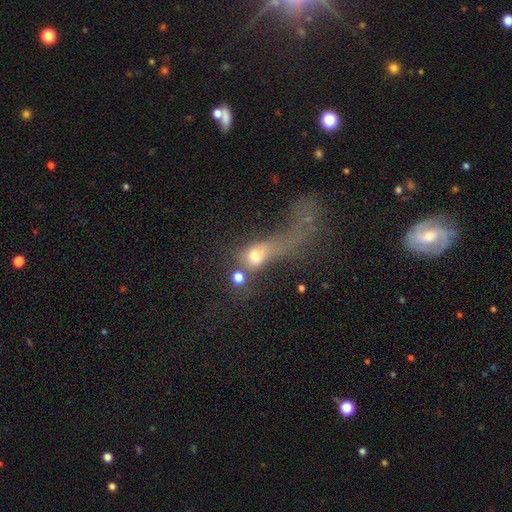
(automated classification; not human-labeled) smooth 57%, featured or disk 25%, star or artifact 18%. Down the decision tree: how rounded — round (48%); merging — major disturbance (44%).